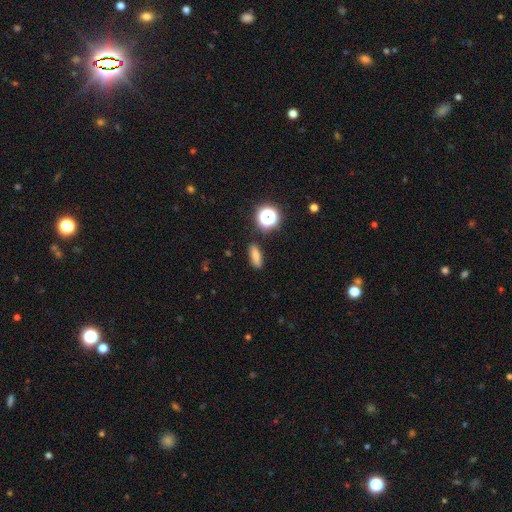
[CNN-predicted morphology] Smooth or featured?
  - smooth: 77% *
  - star or artifact: 14%
  - featured or disk: 9%
How rounded?
  - in between: 46% *
  - cigar-shaped: 42%
  - round: 12%
Merging?
  - none: 86% *
  - minor disturbance: 9%
  - major disturbance: 3%
  - merger: 2%